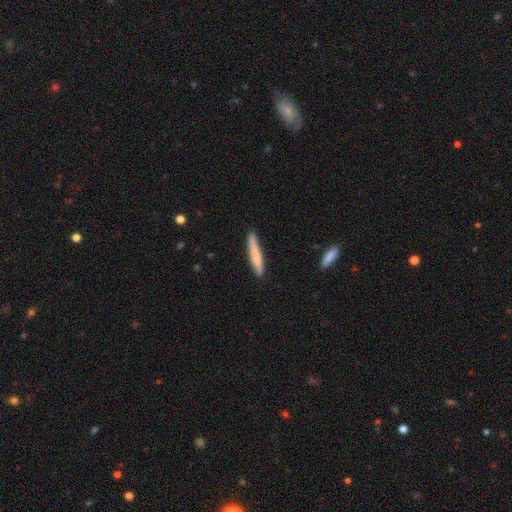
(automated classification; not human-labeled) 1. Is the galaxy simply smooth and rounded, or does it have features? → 72% smooth, 23% featured or disk, 5% star or artifact.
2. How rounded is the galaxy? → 94% cigar-shaped, 5% in between, 1% round.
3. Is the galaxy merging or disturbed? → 84% none, 12% minor disturbance, 2% major disturbance, 2% merger.